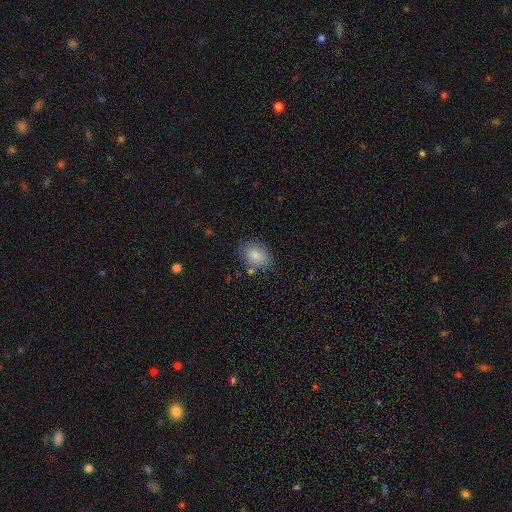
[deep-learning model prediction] smooth-or-featured: smooth: 83% | featured or disk: 9% | star or artifact: 8%
  how-rounded: in between: 81% | round: 18% | cigar-shaped: 1%
  merging: none: 76% | minor disturbance: 16% | merger: 5% | major disturbance: 4%